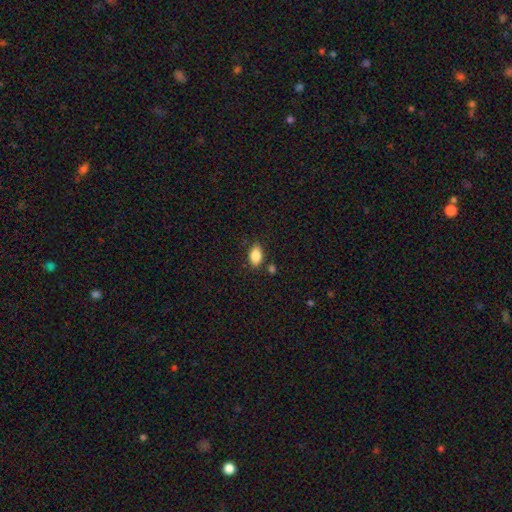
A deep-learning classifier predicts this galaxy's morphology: type=smooth (85%); roundness=in between (89%); merging=none (79%).